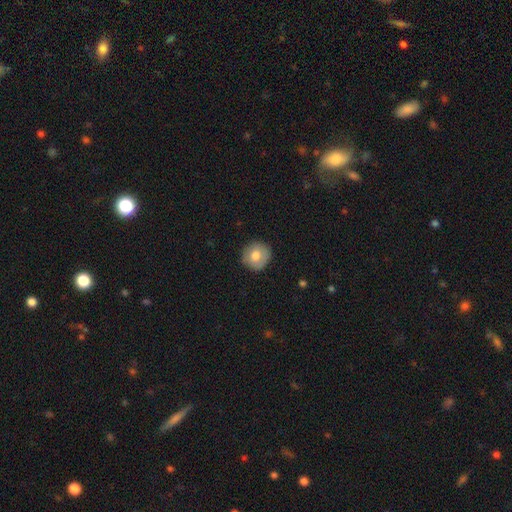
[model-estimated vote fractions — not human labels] smooth-or-featured: smooth: 73% | featured or disk: 20% | star or artifact: 7%
  how-rounded: round: 89% | in between: 10% | cigar-shaped: 1%
  merging: none: 84% | minor disturbance: 12% | major disturbance: 3% | merger: 1%